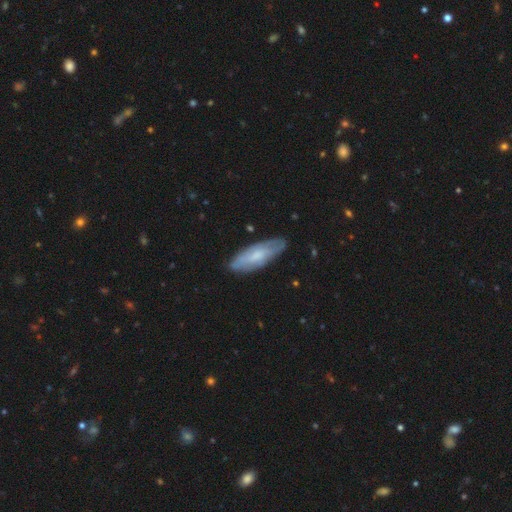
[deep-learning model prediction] This appears to be a smooth galaxy with no disk features (54%) that is in between round and cigar-shaped (61%). Merging: none (78%).